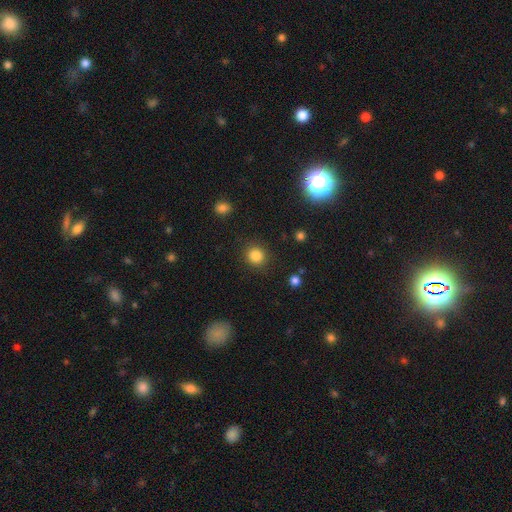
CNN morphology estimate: Q: Smooth or featured?
A: smooth (84%); runner-up: star or artifact (11%)
Q: How rounded?
A: round (90%); runner-up: in between (9%)
Q: Merging?
A: none (90%); runner-up: minor disturbance (6%)